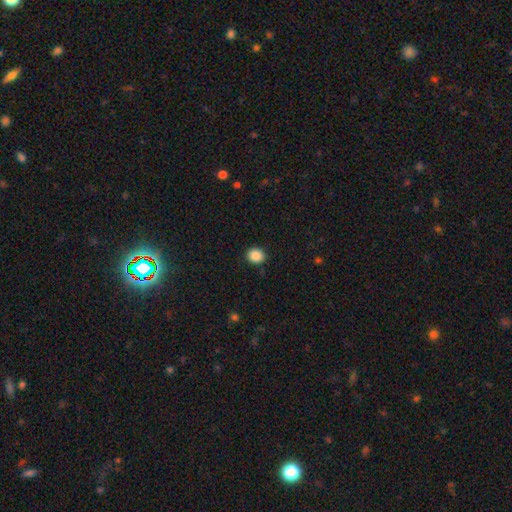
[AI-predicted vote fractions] This is clearly a smooth galaxy (88%). How rounded: likely round (74%). Merging: clearly none (90%).